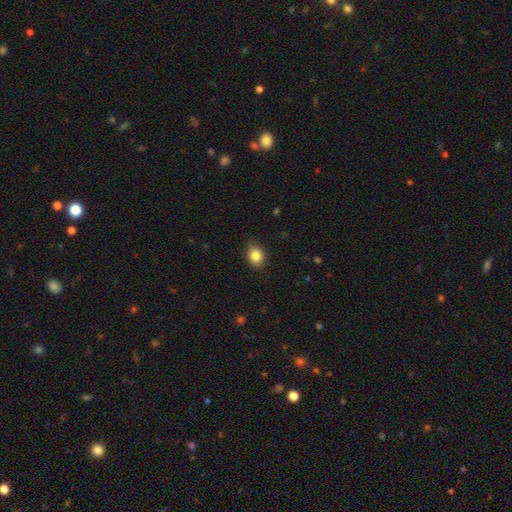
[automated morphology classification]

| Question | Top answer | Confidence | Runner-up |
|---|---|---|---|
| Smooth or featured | smooth | 85% | star or artifact (9%) |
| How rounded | round | 50% | in between (49%) |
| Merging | none | 83% | minor disturbance (14%) |